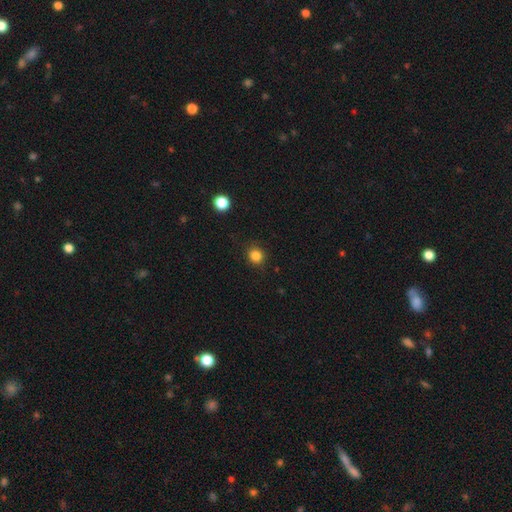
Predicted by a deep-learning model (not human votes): Smooth or featured? smooth (84%)
How rounded? round (88%)
Merging? none (89%)